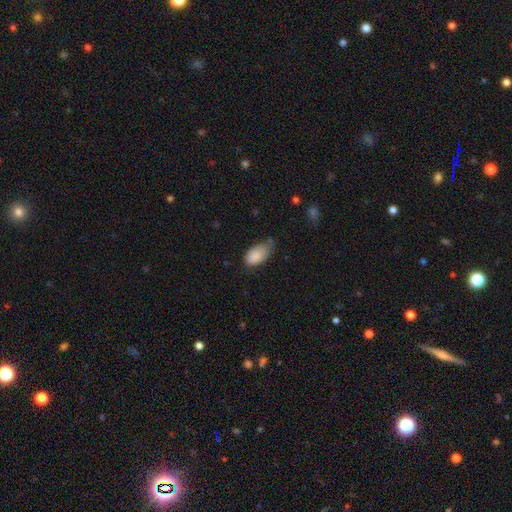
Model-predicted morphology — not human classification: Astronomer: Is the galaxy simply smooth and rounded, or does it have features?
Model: smooth — 85%.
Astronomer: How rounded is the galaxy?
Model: in between — 94%.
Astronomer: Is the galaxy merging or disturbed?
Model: none — 42%, tied with minor disturbance at 42%.